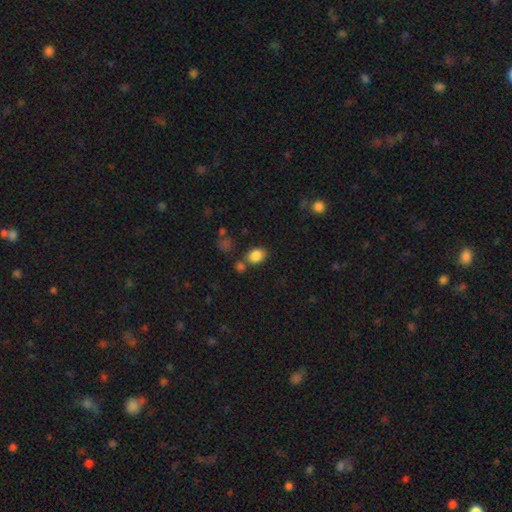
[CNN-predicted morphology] This appears to be a smooth galaxy with no disk features (85%) that is in between round and cigar-shaped (66%). Merging: none (68%).